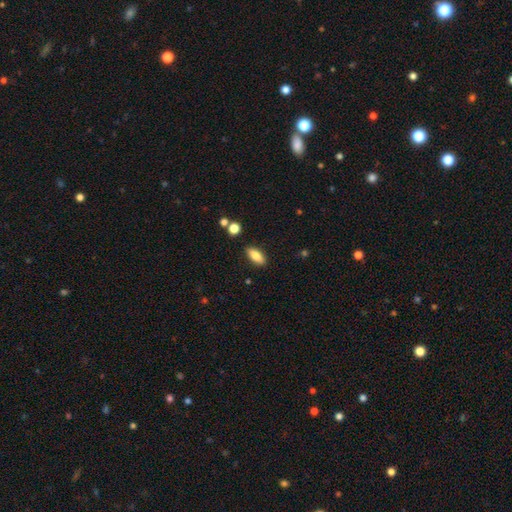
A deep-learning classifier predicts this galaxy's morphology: smooth 80%, featured or disk 13%, star or artifact 7%. Down the decision tree: how rounded — in between (78%); merging — none (88%).